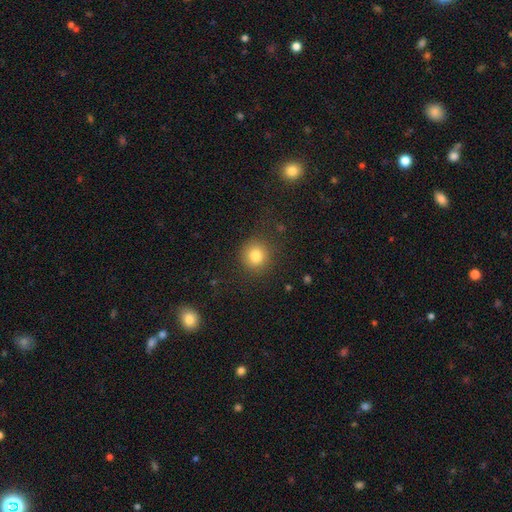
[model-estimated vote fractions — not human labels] smooth-or-featured: smooth: 82% | star or artifact: 11% | featured or disk: 7%
  how-rounded: round: 90% | in between: 9% | cigar-shaped: 1%
  merging: none: 86% | minor disturbance: 8% | major disturbance: 4% | merger: 1%